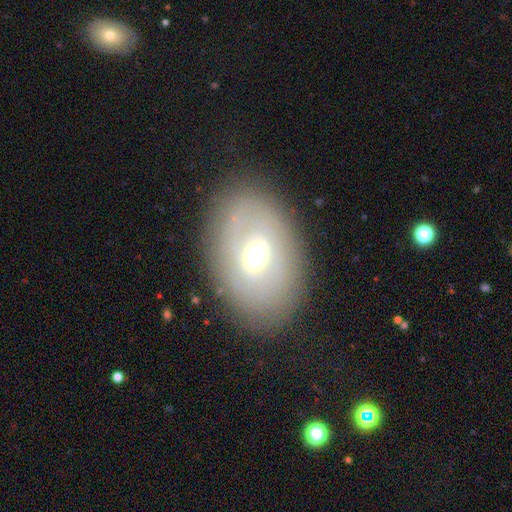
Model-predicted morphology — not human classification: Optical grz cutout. It shows a featured or disk galaxy (48%). Merging: none (81%).